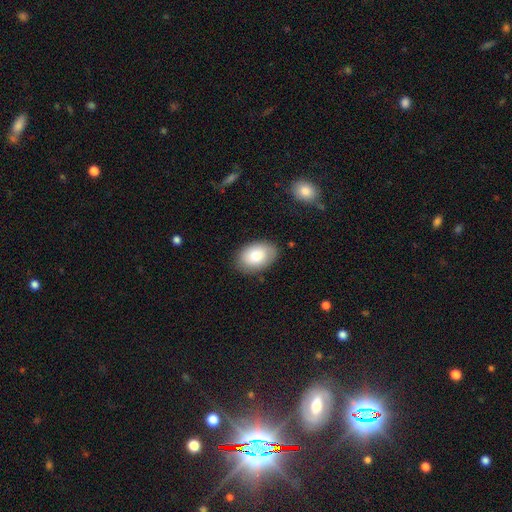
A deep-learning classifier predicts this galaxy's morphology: Smooth or featured? smooth (80%)
How rounded? in between (87%)
Merging? none (83%)